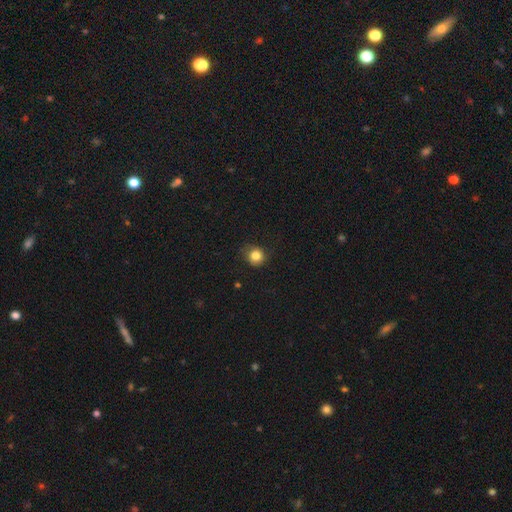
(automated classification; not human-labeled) A smooth galaxy with no disk features (83%) that is round (85%). Merging: none (77%).